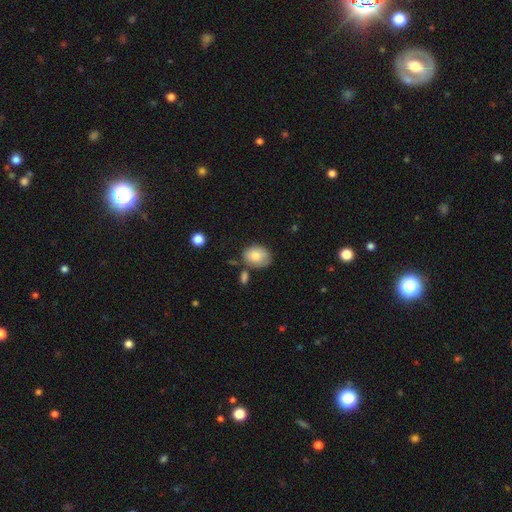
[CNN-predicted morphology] Smooth or featured?
  - smooth: 82% *
  - featured or disk: 11%
  - star or artifact: 7%
How rounded?
  - in between: 65% *
  - round: 34%
  - cigar-shaped: 1%
Merging?
  - none: 64% *
  - minor disturbance: 22%
  - merger: 9%
  - major disturbance: 5%